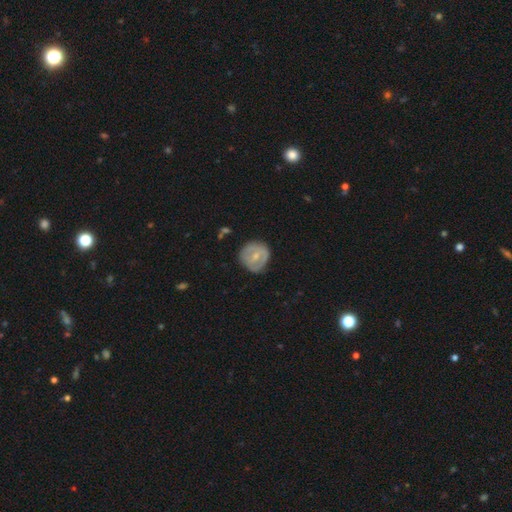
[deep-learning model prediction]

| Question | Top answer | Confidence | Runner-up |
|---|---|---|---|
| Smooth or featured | featured or disk | 51% | smooth (44%) |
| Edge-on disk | no | 96% | yes (4%) |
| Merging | none | 74% | minor disturbance (19%) |